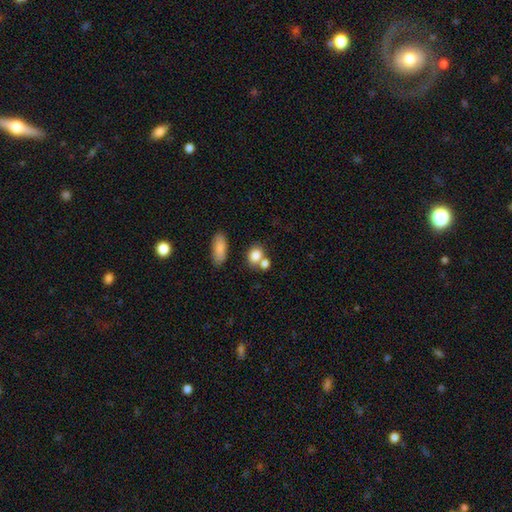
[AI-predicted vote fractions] smooth_or_featured: smooth (p=0.81) [alt: featured or disk p=0.10]
how_rounded: round (p=0.49) [tied with: in between p=0.49]
merging: none (p=0.48) [alt: merger p=0.38]